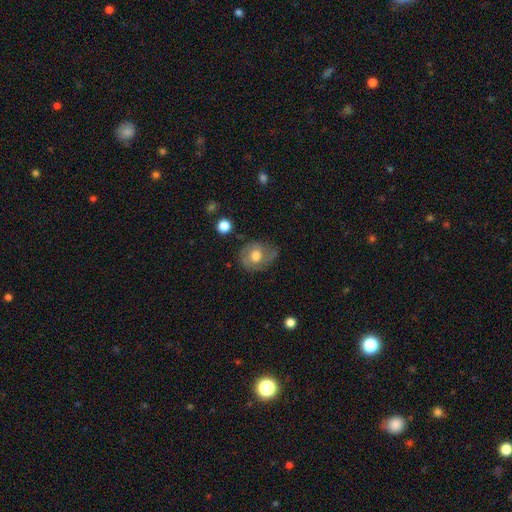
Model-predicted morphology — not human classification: smooth-or-featured: featured or disk: 48% | smooth: 45% | star or artifact: 8%
  merging: none: 61% | minor disturbance: 25% | major disturbance: 12% | merger: 2%